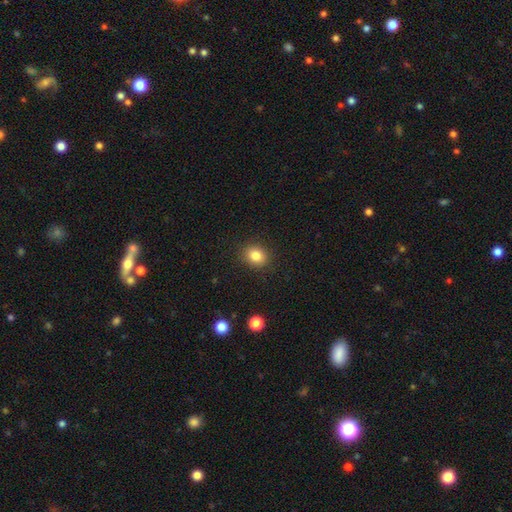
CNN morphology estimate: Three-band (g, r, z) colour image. It shows a smooth galaxy with no disk features (84%) that is round (56%). Merging: none (89%).